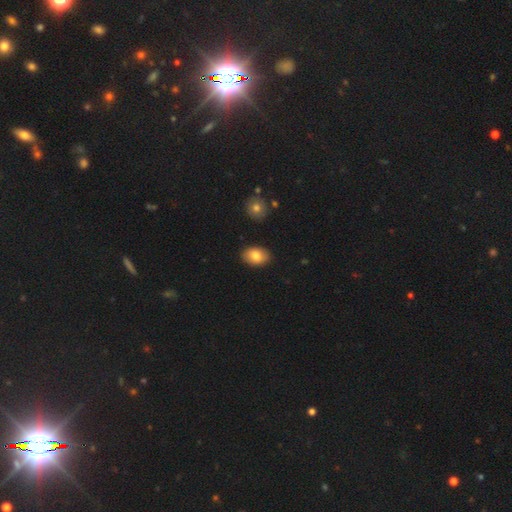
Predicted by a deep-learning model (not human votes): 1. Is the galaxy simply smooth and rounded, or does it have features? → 83% smooth, 10% featured or disk, 7% star or artifact.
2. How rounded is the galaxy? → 86% in between, 12% round, 1% cigar-shaped.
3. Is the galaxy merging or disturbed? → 88% none, 8% minor disturbance, 2% major disturbance, 2% merger.